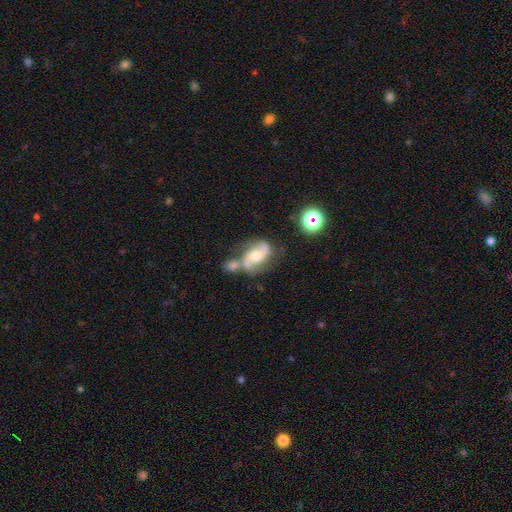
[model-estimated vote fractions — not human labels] The model was most divided on "spiral winding": medium: 47%, loose: 41%, tight: 13%. Remaining: edge-on disk — no (97%); spiral arms — yes (95%); spiral arm count — 2 (90%); smooth or featured — featured or disk (80%); bulge size — moderate (63%); bar — no (52%); merging — none (41%).